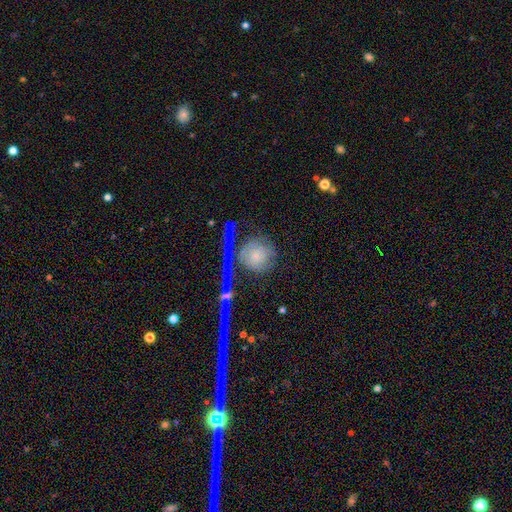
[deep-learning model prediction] Q: Smooth or featured?
A: smooth (49%); runner-up: featured or disk (38%)
Q: Merging?
A: none (66%); runner-up: minor disturbance (16%)